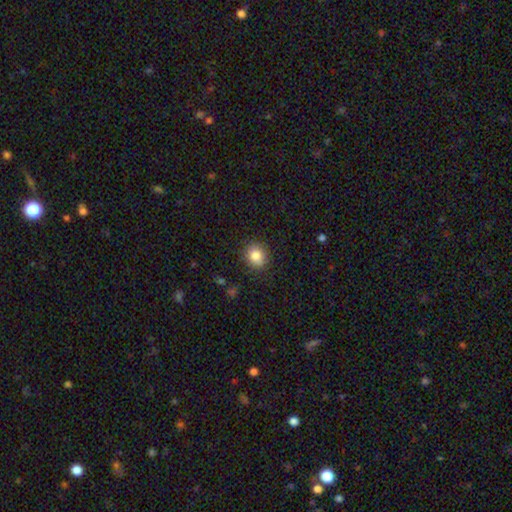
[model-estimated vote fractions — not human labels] The model was most divided on "how rounded": round: 73%, in between: 26%, cigar-shaped: 1%. More confident: merging — none (87%); smooth or featured — smooth (84%).